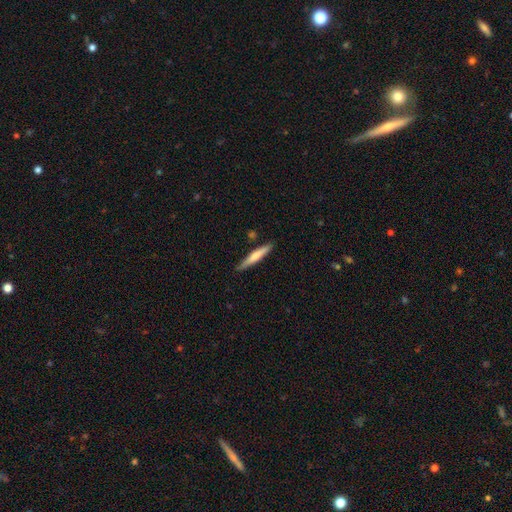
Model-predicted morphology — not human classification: Smooth or featured? smooth (61%)
How rounded? cigar-shaped (93%)
Merging? none (86%)